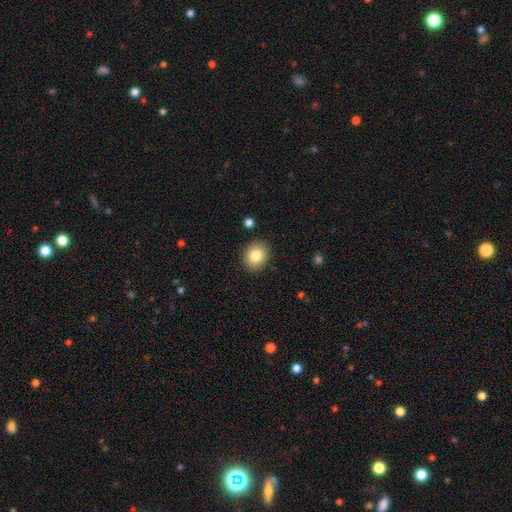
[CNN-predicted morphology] Q: Smooth or featured?
A: smooth (82%); runner-up: star or artifact (9%)
Q: How rounded?
A: round (63%); runner-up: in between (36%)
Q: Merging?
A: none (89%); runner-up: minor disturbance (8%)